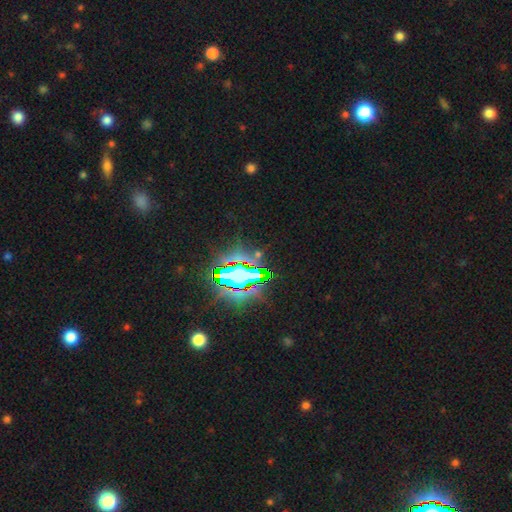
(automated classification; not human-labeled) The model was most divided on "smooth or featured": star or artifact: 77%, smooth: 12%, featured or disk: 11%.